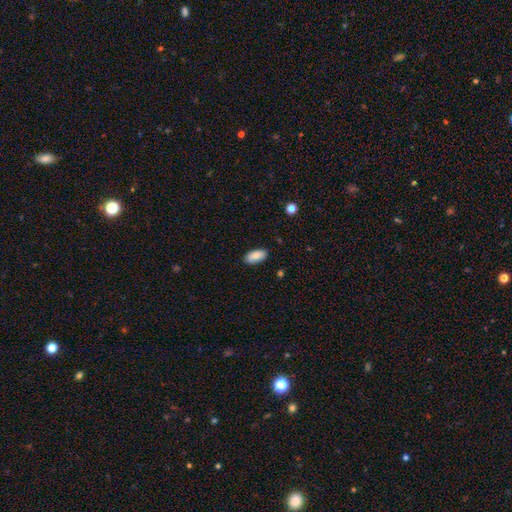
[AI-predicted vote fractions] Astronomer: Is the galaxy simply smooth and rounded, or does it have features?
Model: smooth — 86%.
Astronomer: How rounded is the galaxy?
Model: in between — 92%.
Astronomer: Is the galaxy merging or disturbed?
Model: none — 87%.